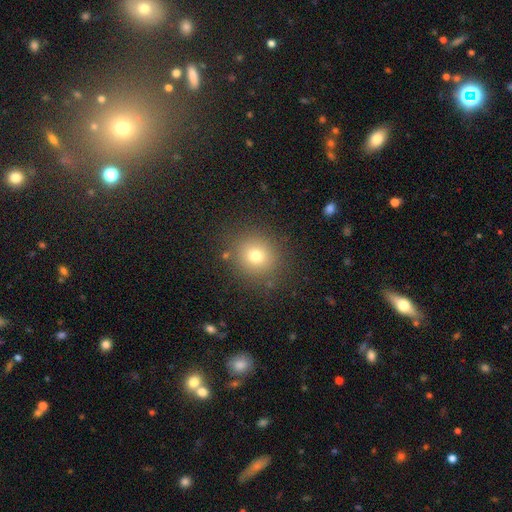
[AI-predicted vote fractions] Q: Smooth or featured?
A: smooth (73%); runner-up: star or artifact (16%)
Q: How rounded?
A: round (89%); runner-up: in between (10%)
Q: Merging?
A: none (86%); runner-up: minor disturbance (8%)